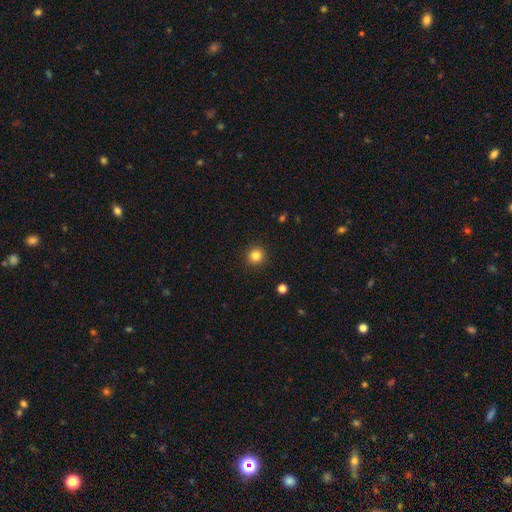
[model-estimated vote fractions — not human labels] Morphology: type=smooth (84%); roundness=round (95%); merging=none (92%).